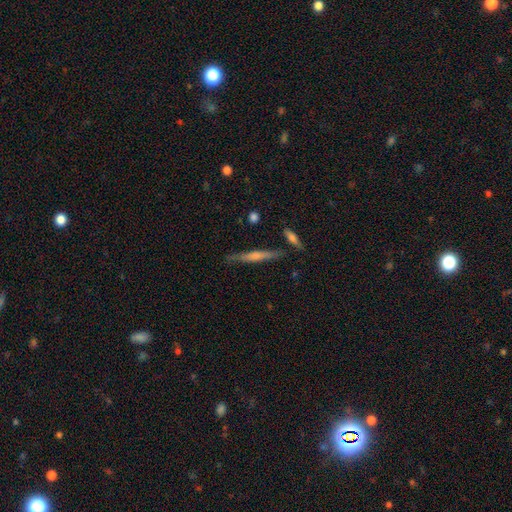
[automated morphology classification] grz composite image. It shows a featured or disk galaxy (58%) viewed edge-on (96%) with a rounded central bulge (47%). Merging: none (83%).